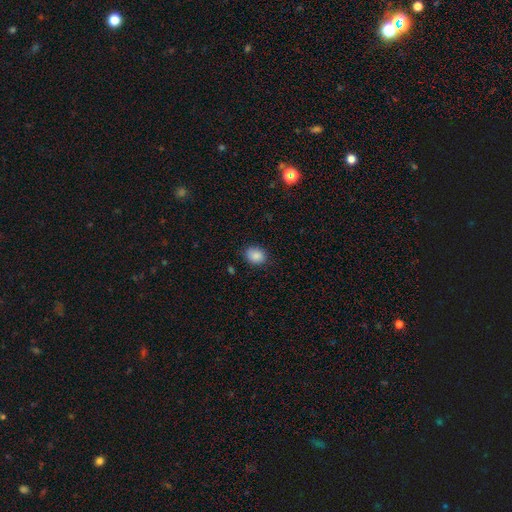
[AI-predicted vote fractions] A smooth galaxy with no disk features (87%) that is in between round and cigar-shaped (55%).

Vote fractions:
- Smooth or featured? smooth: 87% / star or artifact: 9% / featured or disk: 4%
- How rounded? in between: 55% / round: 44% / cigar-shaped: 1%
- Merging? none: 83% / minor disturbance: 13% / major disturbance: 3% / merger: 1%